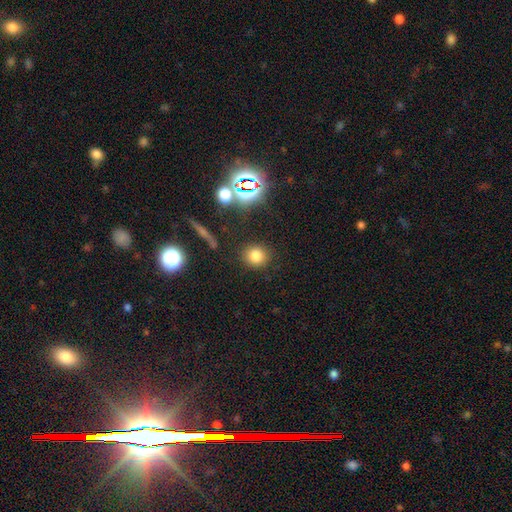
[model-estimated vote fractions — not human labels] This appears to be a smooth galaxy with no disk features (77%) that is round (86%). Merging: none (87%).